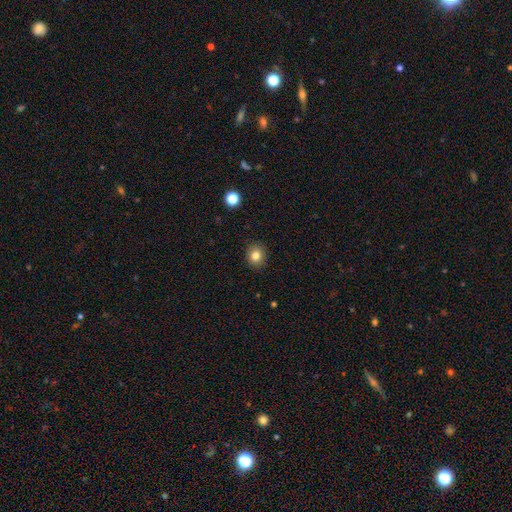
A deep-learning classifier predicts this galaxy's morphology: Overall: smooth (81%). How rounded: round (74%). Merging: none (90%).